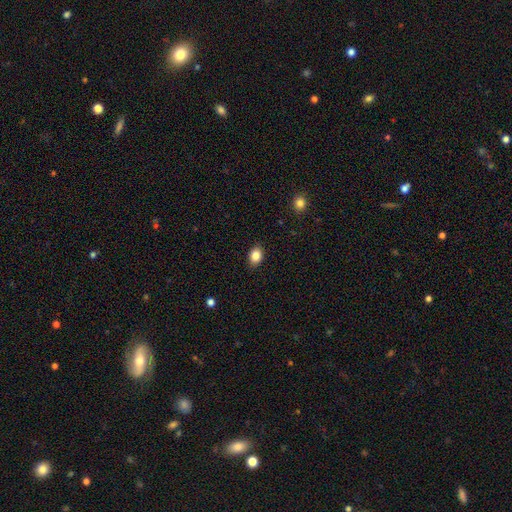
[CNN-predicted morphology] A smooth galaxy with no disk features (85%) that is in between round and cigar-shaped (73%). Merging: none (88%).